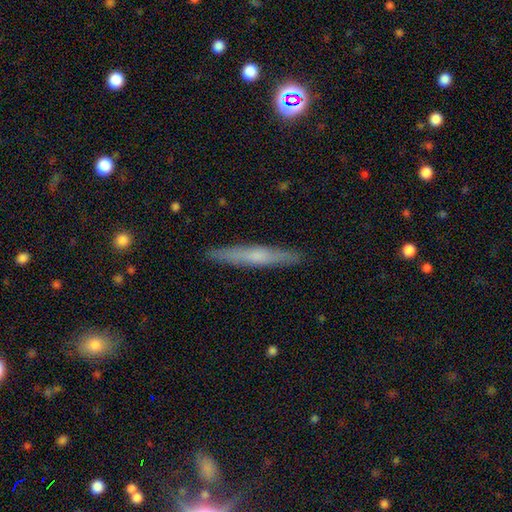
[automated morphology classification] The model was most divided on "smooth or featured" (2-way tie): smooth: 47%, featured or disk: 47%, star or artifact: 6%. More confident: merging — none (91%).